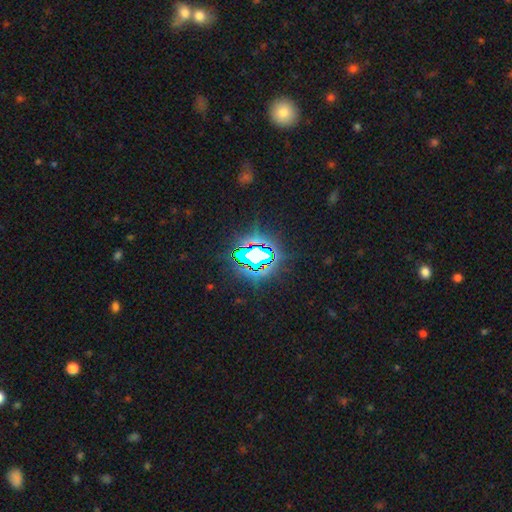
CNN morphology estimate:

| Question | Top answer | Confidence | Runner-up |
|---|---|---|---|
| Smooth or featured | star or artifact | 77% | featured or disk (12%) |